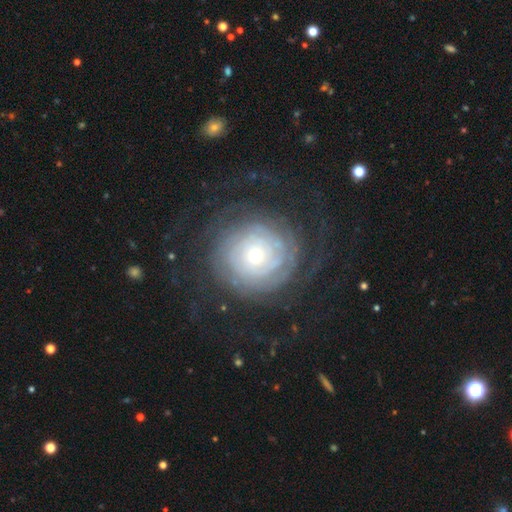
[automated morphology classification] type=featured or disk (78%); edge-on=no (97%); bar=no (85%); spiral arms=yes (89%); winding=tight (81%); arm count=can't tell (47%); bulge=small (65%); merging=none (70%).